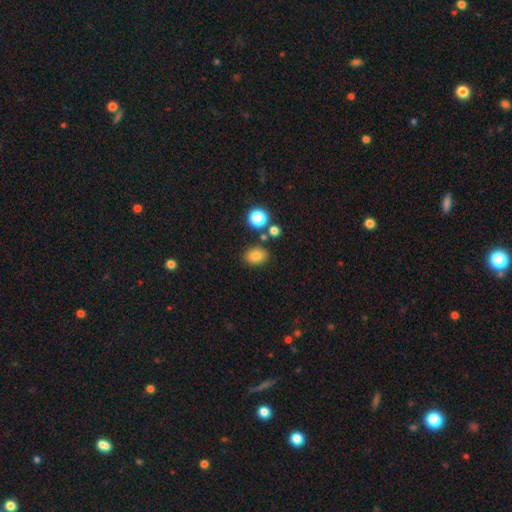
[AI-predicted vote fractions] A smooth galaxy with no disk features (81%) that is in between round and cigar-shaped (69%).

Vote fractions:
- Smooth or featured? smooth: 81% / star or artifact: 13% / featured or disk: 7%
- How rounded? in between: 69% / round: 30% / cigar-shaped: 1%
- Merging? none: 78% / minor disturbance: 12% / merger: 7% / major disturbance: 3%